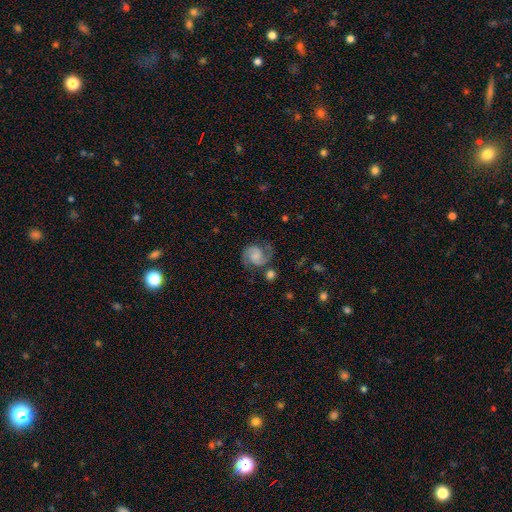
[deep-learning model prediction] Smooth or featured: featured or disk — 78% (smooth — 15%)
Edge-on disk: no — 98% (yes — 2%)
Bar: no — 55% (weak — 37%)
Spiral arms: yes — 96% (no — 4%)
Spiral winding: medium — 54% (tight — 28%)
Spiral arm count: 2 — 91% (can't tell — 4%)
Bulge size: none — 41% (small — 28%)
Merging: none — 69% (minor disturbance — 18%)